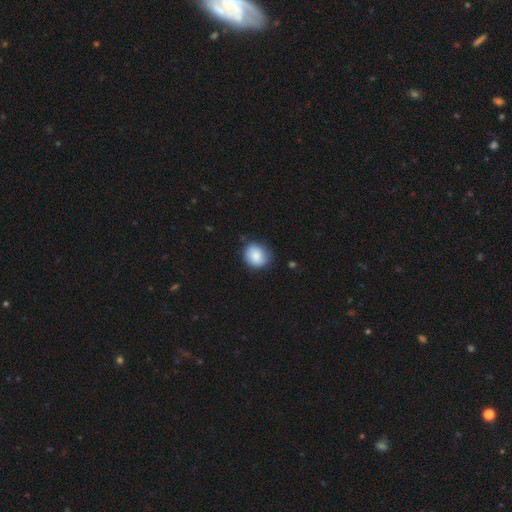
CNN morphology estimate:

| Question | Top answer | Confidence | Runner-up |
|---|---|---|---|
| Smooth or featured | smooth | 83% | featured or disk (10%) |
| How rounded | round | 72% | in between (27%) |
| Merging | none | 75% | minor disturbance (19%) |